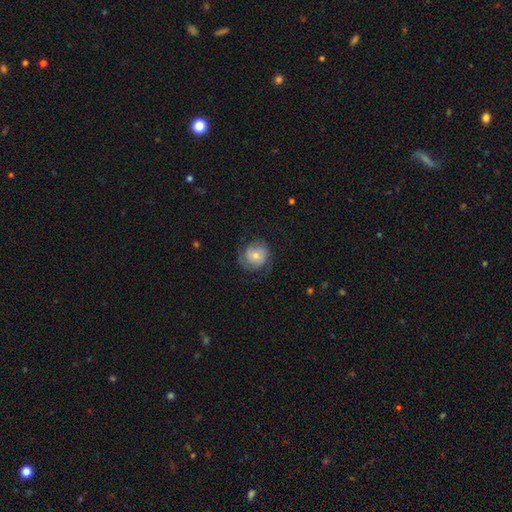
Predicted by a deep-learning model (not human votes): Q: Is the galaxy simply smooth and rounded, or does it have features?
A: featured or disk — 49%.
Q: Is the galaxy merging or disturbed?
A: none — 69%.